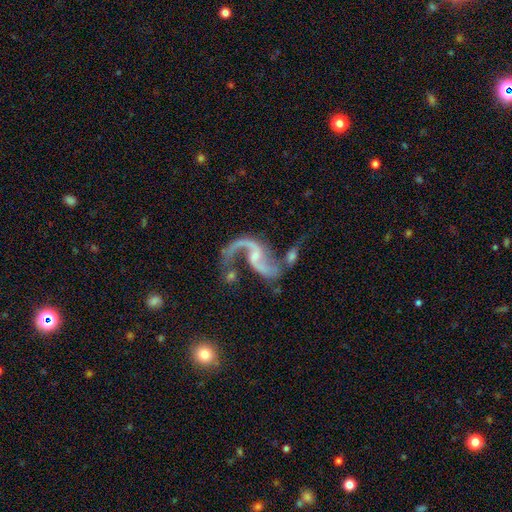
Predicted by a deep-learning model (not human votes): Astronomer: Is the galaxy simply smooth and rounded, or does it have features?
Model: featured or disk — 91%.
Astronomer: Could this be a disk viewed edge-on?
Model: no — 97%.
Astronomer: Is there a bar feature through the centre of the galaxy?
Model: no — 43% (runner-up: weak, 40%).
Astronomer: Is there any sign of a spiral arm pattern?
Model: yes — 95%.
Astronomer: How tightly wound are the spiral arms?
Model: loose — 81%.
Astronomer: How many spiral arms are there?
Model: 2 — 89%.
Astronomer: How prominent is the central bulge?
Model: small — 61%.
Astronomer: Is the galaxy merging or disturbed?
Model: none — 40% (runner-up: merger, 21%).